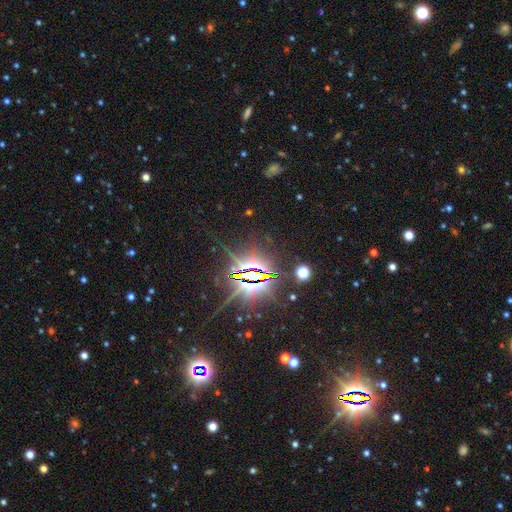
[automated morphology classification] A star or artifact, not a galaxy (84%).

Vote fractions:
- Smooth or featured? star or artifact: 84% / featured or disk: 9% / smooth: 7%